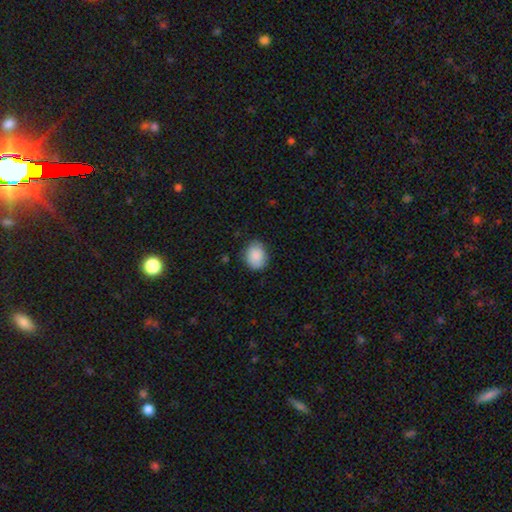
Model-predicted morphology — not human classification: smooth-or-featured: smooth: 88% | star or artifact: 7% | featured or disk: 5%
  how-rounded: round: 54% | in between: 45% | cigar-shaped: 1%
  merging: none: 79% | minor disturbance: 16% | major disturbance: 3% | merger: 1%